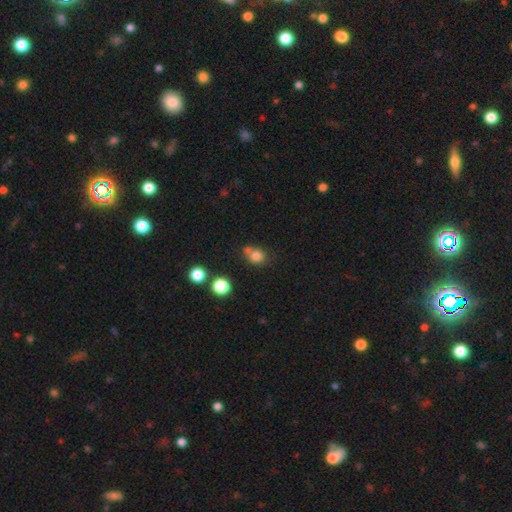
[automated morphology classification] A smooth galaxy with no disk features (79%) that is round (76%).

Vote fractions:
- Smooth or featured? smooth: 79% / star or artifact: 14% / featured or disk: 7%
- How rounded? round: 76% / in between: 22% / cigar-shaped: 1%
- Merging? none: 52% / merger: 28% / minor disturbance: 14% / major disturbance: 5%